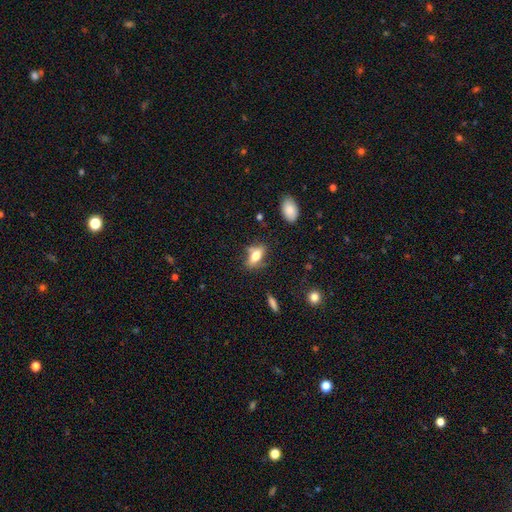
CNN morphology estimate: A smooth galaxy with no disk features (63%) that is in between round and cigar-shaped (78%).

Vote fractions:
- Smooth or featured? smooth: 63% / featured or disk: 28% / star or artifact: 10%
- How rounded? in between: 78% / cigar-shaped: 16% / round: 7%
- Merging? none: 67% / minor disturbance: 20% / merger: 7% / major disturbance: 7%